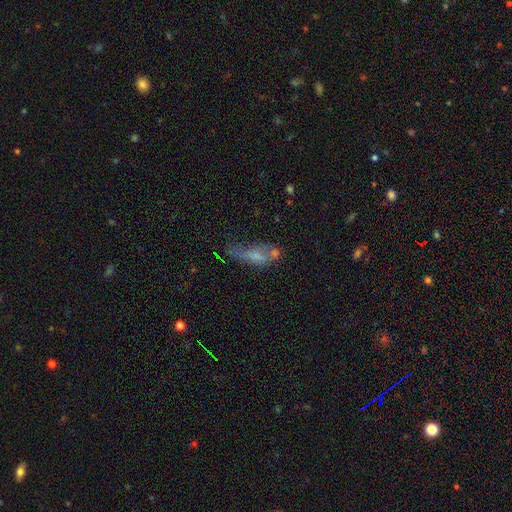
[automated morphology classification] smooth-or-featured: smooth: 52% | featured or disk: 36% | star or artifact: 12%
  how-rounded: in between: 55% | cigar-shaped: 41% | round: 4%
  merging: none: 27% | merger: 26% | major disturbance: 24% | minor disturbance: 22%